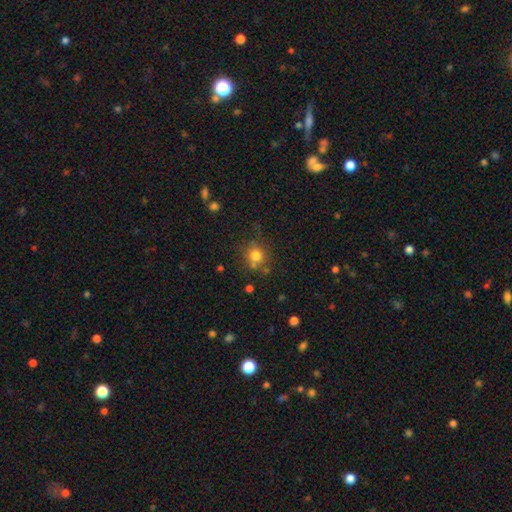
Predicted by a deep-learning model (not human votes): Morphology: type=smooth (77%); roundness=round (85%); merging=none (71%).